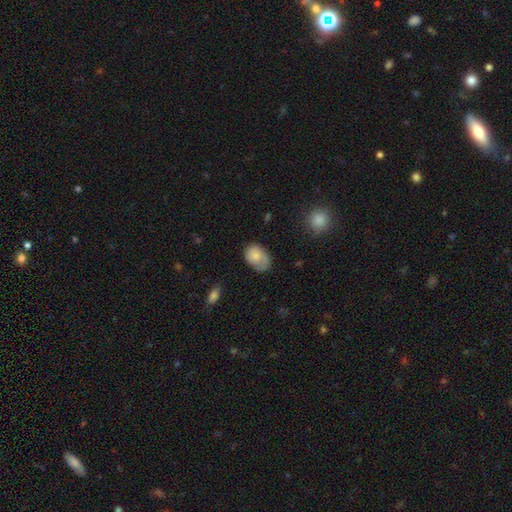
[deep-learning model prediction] Smooth or featured?
  - smooth: 74% *
  - featured or disk: 18%
  - star or artifact: 7%
How rounded?
  - in between: 80% *
  - round: 19%
  - cigar-shaped: 1%
Merging?
  - none: 49% *
  - minor disturbance: 34%
  - major disturbance: 15%
  - merger: 2%